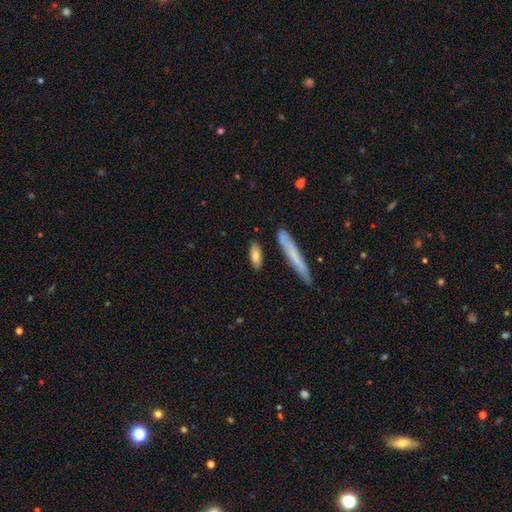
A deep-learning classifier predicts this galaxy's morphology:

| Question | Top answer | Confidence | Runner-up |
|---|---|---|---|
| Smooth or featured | smooth | 77% | featured or disk (17%) |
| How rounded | in between | 62% | cigar-shaped (35%) |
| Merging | none | 80% | minor disturbance (13%) |